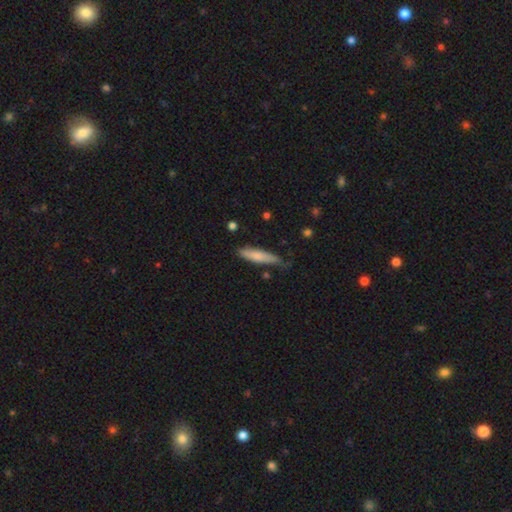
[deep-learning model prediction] smooth 74%, featured or disk 21%, star or artifact 6%. Down the decision tree: how rounded — cigar-shaped (83%); merging — none (70%).